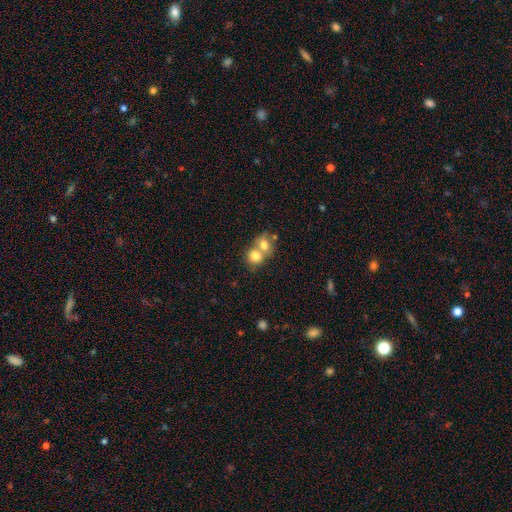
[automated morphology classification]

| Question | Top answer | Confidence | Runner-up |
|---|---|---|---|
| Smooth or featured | smooth | 75% | featured or disk (15%) |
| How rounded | round | 74% | in between (25%) |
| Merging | merger | 63% | none (29%) |